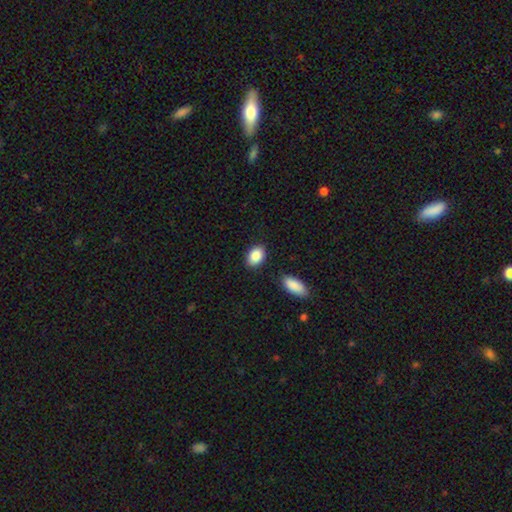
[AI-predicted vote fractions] Overall: smooth (88%). How rounded: in between (84%). Merging: none (83%).